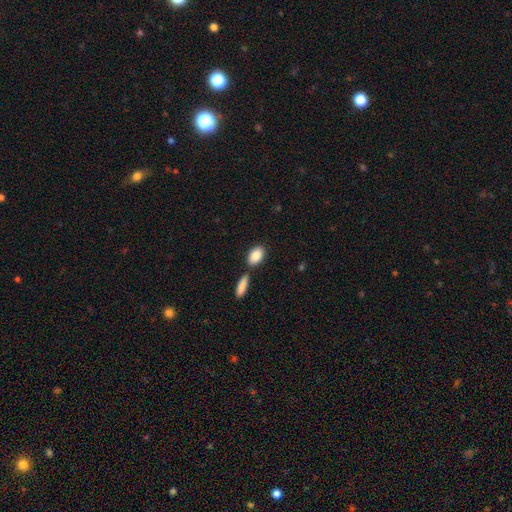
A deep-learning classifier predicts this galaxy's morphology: This is clearly a smooth galaxy (88%). How rounded: clearly in between (90%). Merging: likely none (68%).